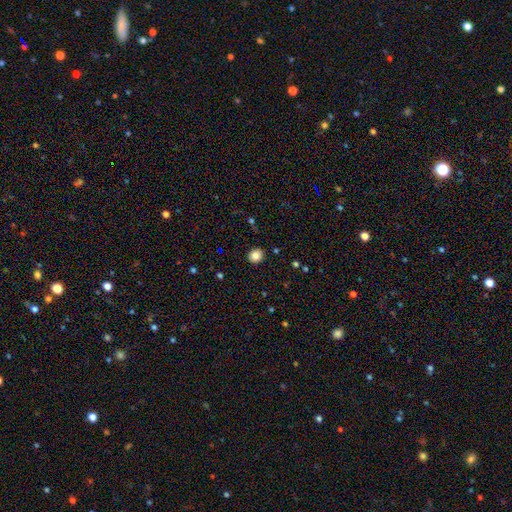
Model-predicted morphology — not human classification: smooth-or-featured: smooth: 84% | star or artifact: 10% | featured or disk: 6%
  how-rounded: round: 80% | in between: 19% | cigar-shaped: 1%
  merging: none: 91% | minor disturbance: 6% | major disturbance: 2% | merger: 1%